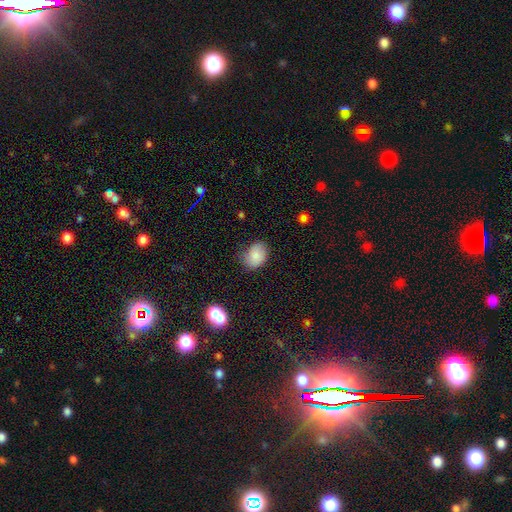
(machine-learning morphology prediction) A smooth galaxy with no disk features (81%) that is in between round and cigar-shaped (69%).

Vote fractions:
- Smooth or featured? smooth: 81% / featured or disk: 10% / star or artifact: 9%
- How rounded? in between: 69% / round: 30% / cigar-shaped: 1%
- Merging? none: 64% / minor disturbance: 28% / major disturbance: 7% / merger: 2%